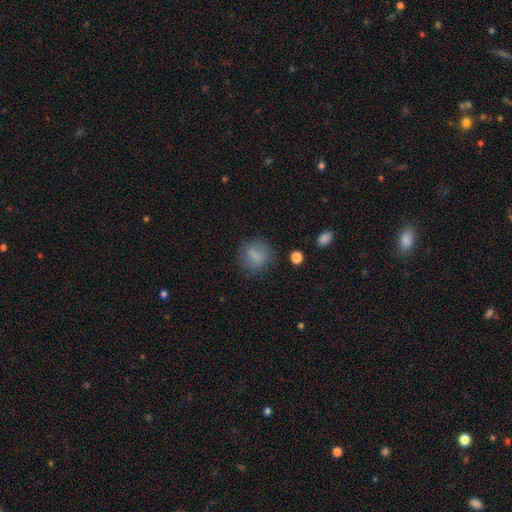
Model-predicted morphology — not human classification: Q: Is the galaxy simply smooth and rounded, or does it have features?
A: smooth — 78%.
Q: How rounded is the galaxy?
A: round — 70%.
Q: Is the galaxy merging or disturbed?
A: none — 73%.